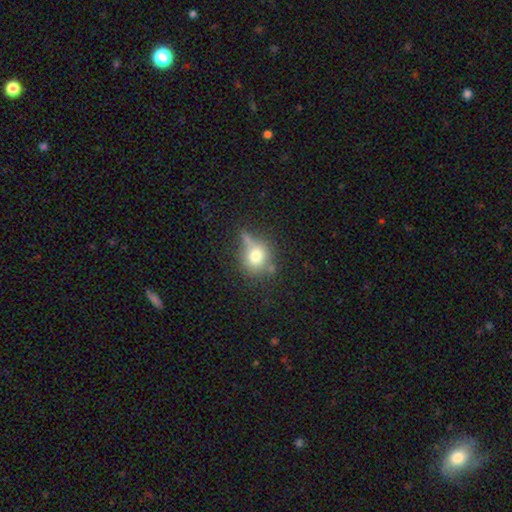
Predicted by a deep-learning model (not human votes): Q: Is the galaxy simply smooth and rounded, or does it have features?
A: smooth — 73%.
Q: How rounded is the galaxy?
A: round — 76%.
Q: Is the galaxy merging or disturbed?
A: none — 52%.